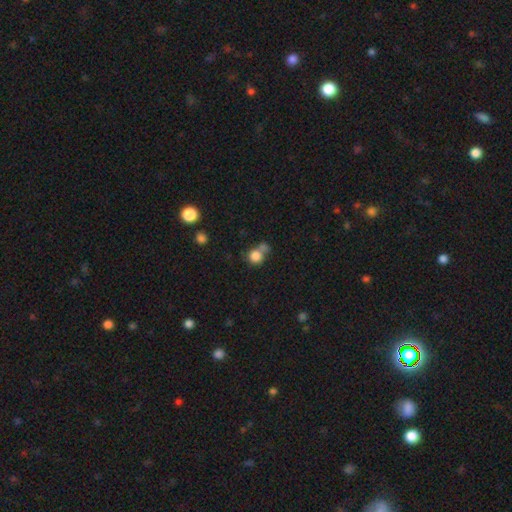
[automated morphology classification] smooth-or-featured: smooth: 82% | star or artifact: 11% | featured or disk: 7%
  how-rounded: round: 86% | in between: 13% | cigar-shaped: 1%
  merging: none: 46% | merger: 37% | minor disturbance: 11% | major disturbance: 6%